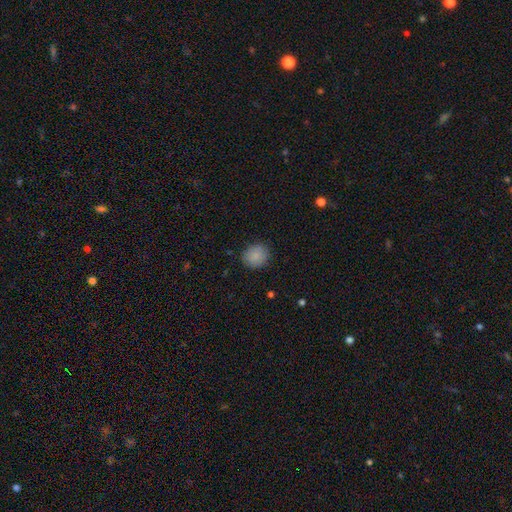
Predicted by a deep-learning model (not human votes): A smooth galaxy with no disk features (85%) that is round (78%).

Vote fractions:
- Smooth or featured? smooth: 85% / star or artifact: 8% / featured or disk: 6%
- How rounded? round: 78% / in between: 21% / cigar-shaped: 1%
- Merging? none: 83% / minor disturbance: 13% / major disturbance: 3% / merger: 1%